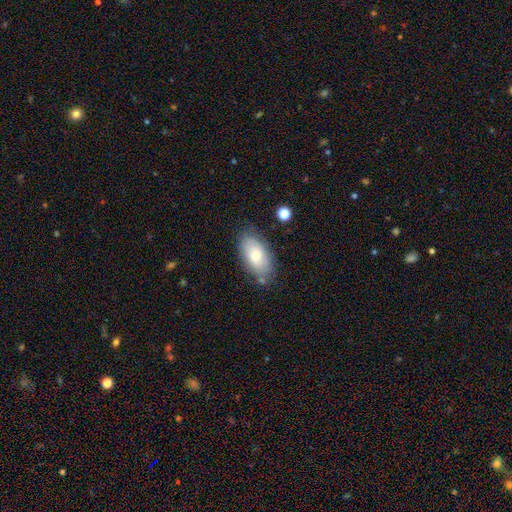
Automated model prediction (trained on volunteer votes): Smooth or featured?
  - smooth: 69% *
  - featured or disk: 23%
  - star or artifact: 7%
How rounded?
  - in between: 92% *
  - round: 4%
  - cigar-shaped: 3%
Merging?
  - none: 73% *
  - minor disturbance: 18%
  - major disturbance: 4%
  - merger: 4%